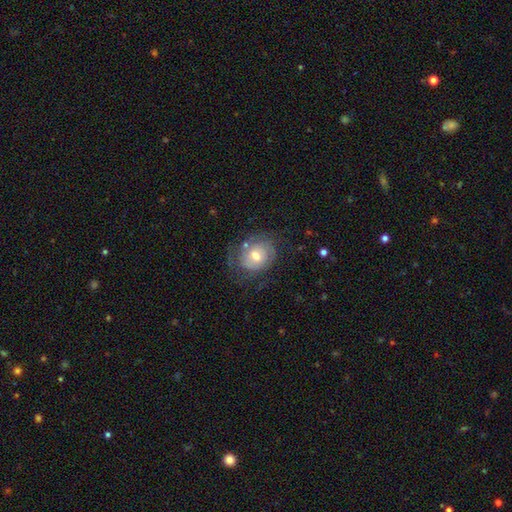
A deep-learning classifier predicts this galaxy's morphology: A featured or disk galaxy (53%) with no bar (65%), spiral arms (69%) and a moderate central bulge (67%). Merging: none (61%).